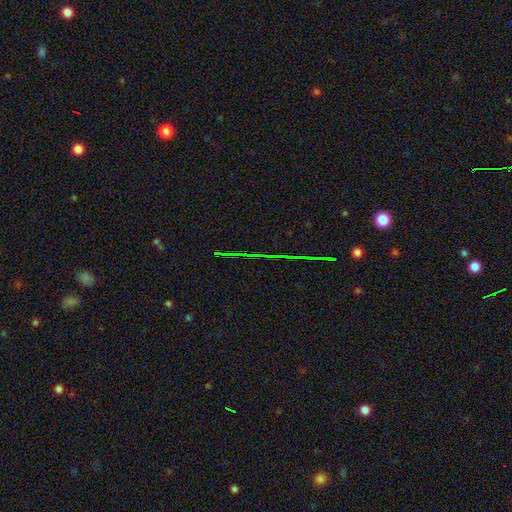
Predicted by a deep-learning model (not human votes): The model was most divided on "smooth or featured": star or artifact: 78%, smooth: 12%, featured or disk: 10%.